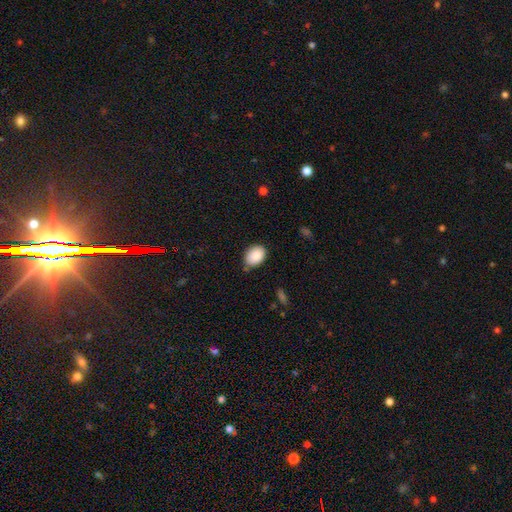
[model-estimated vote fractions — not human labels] Overall: smooth (89%). How rounded: in between (78%). Merging: none (77%).